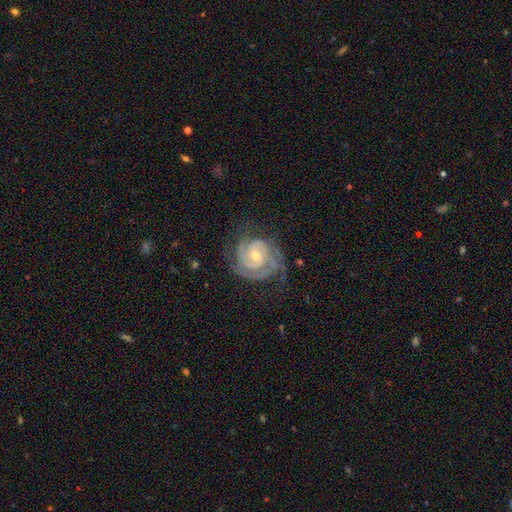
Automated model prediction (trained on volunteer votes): The model was most divided on "spiral arm count": 2: 41%, 3: 33%, can't tell: 10%, 4: 8%, 1: 5%, more than 4: 5%. More confident: spiral arms — yes (98%); edge-on disk — no (98%); smooth or featured — featured or disk (92%); spiral winding — tight (78%); merging — none (74%); bar — no (62%); bulge size — small (55%).